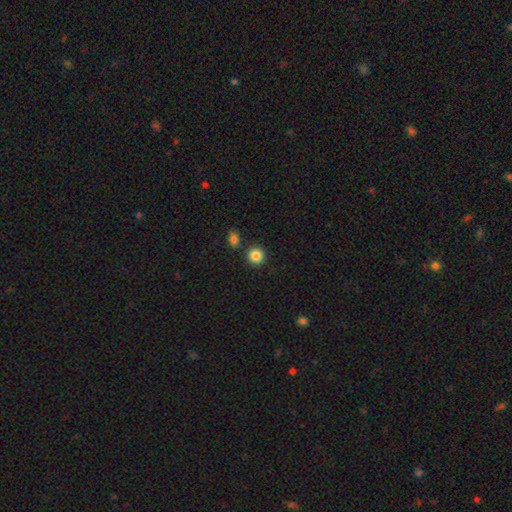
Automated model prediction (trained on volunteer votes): smooth-or-featured: smooth: 86% | star or artifact: 10% | featured or disk: 4%
  how-rounded: round: 92% | in between: 7% | cigar-shaped: 1%
  merging: none: 85% | minor disturbance: 7% | merger: 6% | major disturbance: 2%